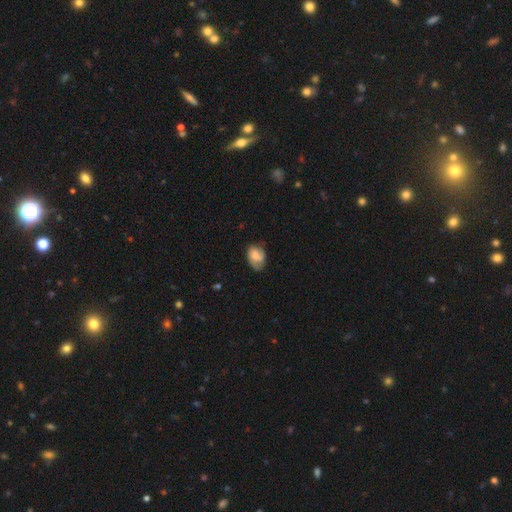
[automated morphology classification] Smooth or featured? Predicted: smooth (p=0.65). How rounded? Predicted: in between (p=0.76). Merging? Predicted: none (p=0.56).